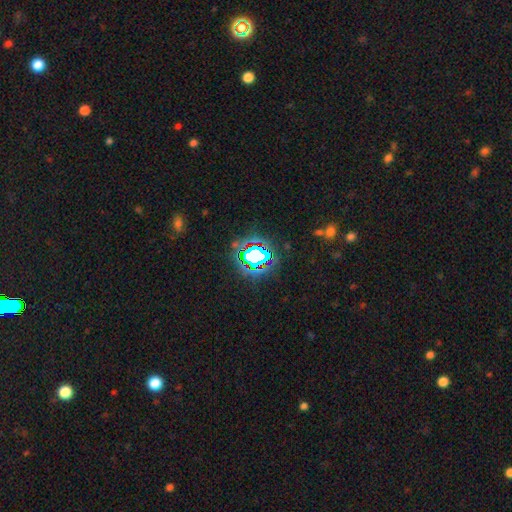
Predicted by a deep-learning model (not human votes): Smooth or featured? star or artifact (75%)